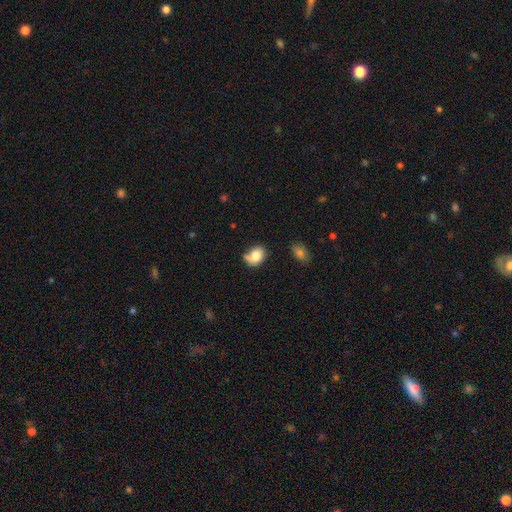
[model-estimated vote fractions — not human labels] smooth_or_featured: smooth (p=0.76) [alt: featured or disk p=0.16]
how_rounded: in between (p=0.56) [alt: round p=0.43]
merging: none (p=0.47) [alt: minor disturbance p=0.30]